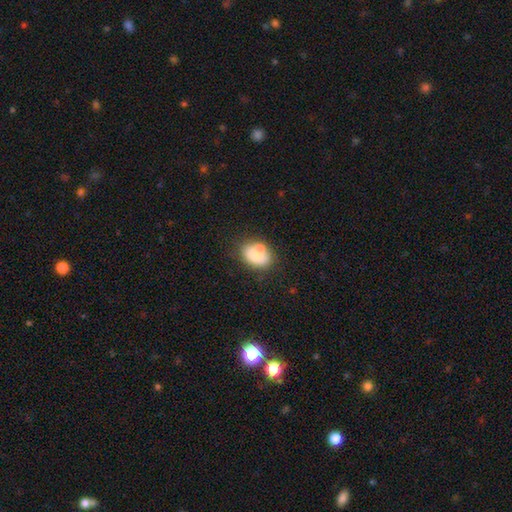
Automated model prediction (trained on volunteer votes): smooth 70%, featured or disk 21%, star or artifact 9%. Down the decision tree: how rounded — in between (77%); merging — none (51%).